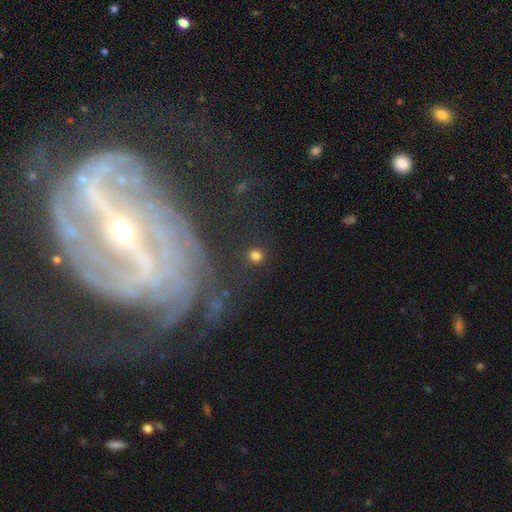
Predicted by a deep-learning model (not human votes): This appears to be a smooth galaxy with no disk features (78%) that is round (80%). Merging: none (85%).